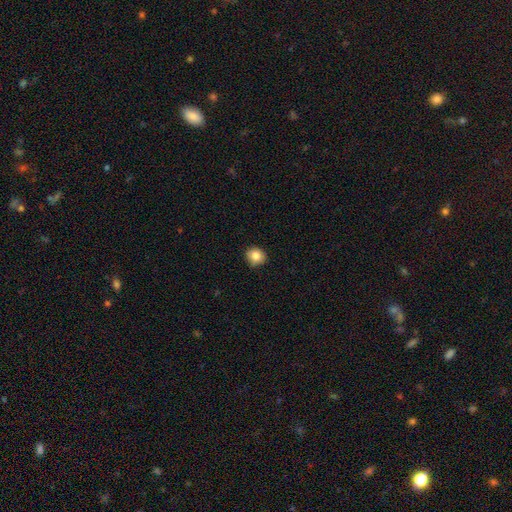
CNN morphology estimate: smooth_or_featured: smooth (p=0.84) [alt: star or artifact p=0.10]
how_rounded: round (p=0.85) [alt: in between p=0.14]
merging: none (p=0.85) [alt: minor disturbance p=0.12]